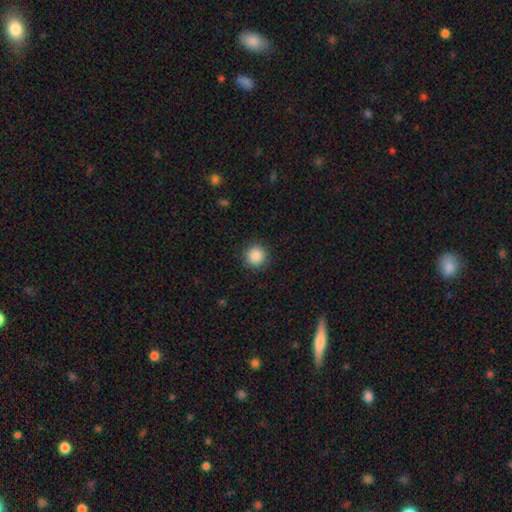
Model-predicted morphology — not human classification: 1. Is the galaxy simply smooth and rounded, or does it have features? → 87% smooth, 9% star or artifact, 3% featured or disk.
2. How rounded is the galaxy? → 95% round, 4% in between, 1% cigar-shaped.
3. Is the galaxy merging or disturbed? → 91% none, 6% minor disturbance, 2% major disturbance, 1% merger.